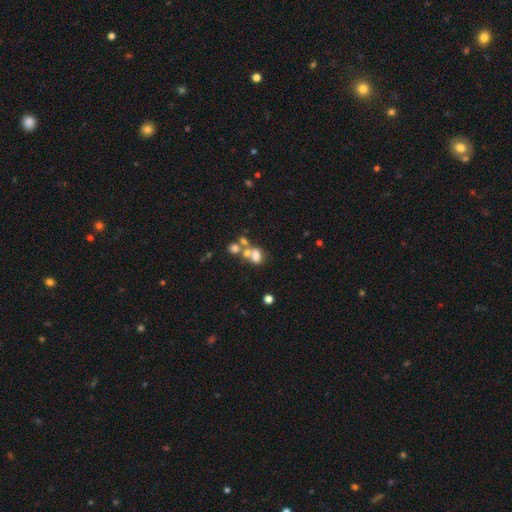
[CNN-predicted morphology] smooth-or-featured: smooth: 61% | featured or disk: 24% | star or artifact: 15%
  how-rounded: in between: 51% | round: 48% | cigar-shaped: 1%
  merging: merger: 51% | none: 31% | minor disturbance: 10% | major disturbance: 9%